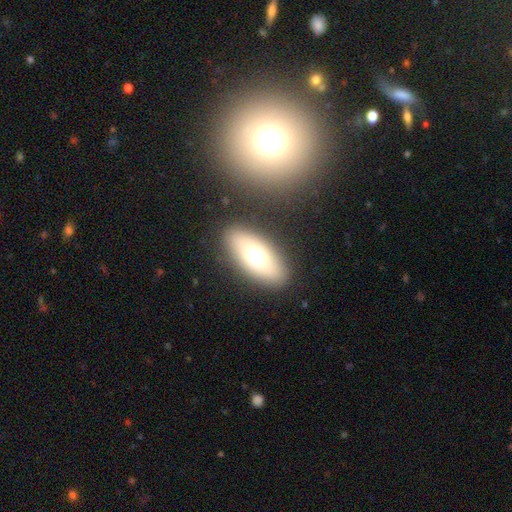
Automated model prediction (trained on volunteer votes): smooth_or_featured: smooth (p=0.65) [alt: featured or disk p=0.24]
how_rounded: in between (p=0.83) [alt: cigar-shaped p=0.10]
merging: none (p=0.85) [alt: minor disturbance p=0.09]